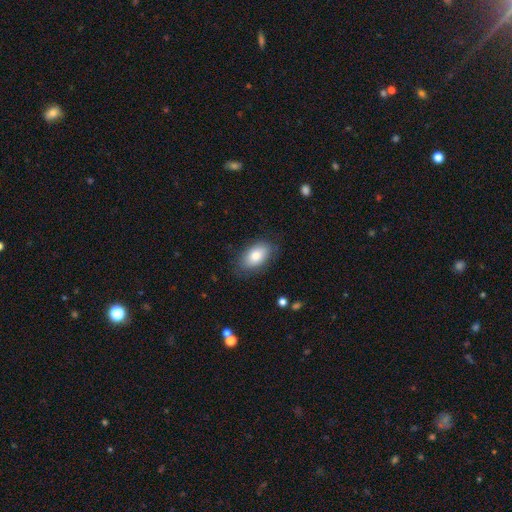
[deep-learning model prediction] smooth 82%, featured or disk 12%, star or artifact 6%. Down the decision tree: how rounded — in between (93%); merging — none (81%).